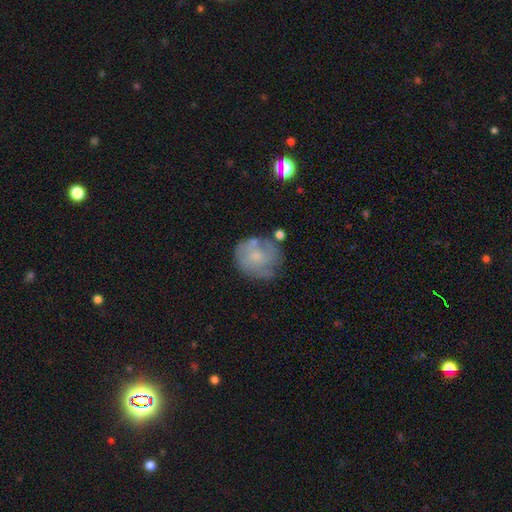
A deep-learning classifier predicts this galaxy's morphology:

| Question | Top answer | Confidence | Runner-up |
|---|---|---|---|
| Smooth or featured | smooth | 47% | featured or disk (44%) |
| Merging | none | 56% | minor disturbance (25%) |